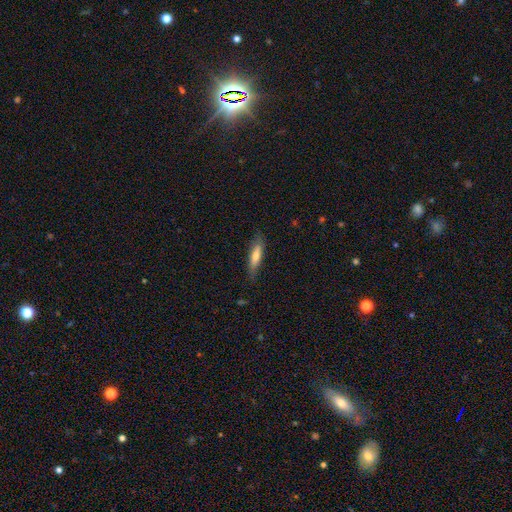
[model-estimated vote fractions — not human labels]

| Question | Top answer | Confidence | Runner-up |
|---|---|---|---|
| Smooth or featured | smooth | 66% | featured or disk (28%) |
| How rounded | cigar-shaped | 74% | in between (25%) |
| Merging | none | 79% | minor disturbance (17%) |